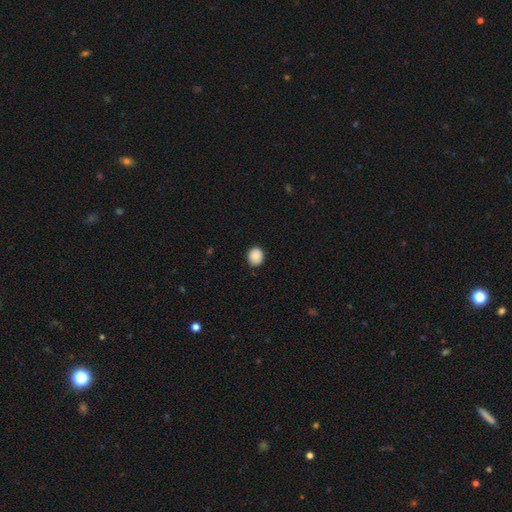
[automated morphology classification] Overall: smooth (89%). How rounded: round (85%). Merging: none (88%).